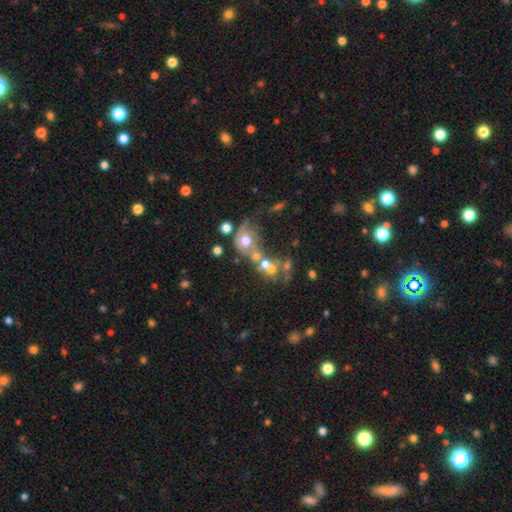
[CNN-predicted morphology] This is marginally a smooth galaxy (44%). Merging: possibly merger (48%).